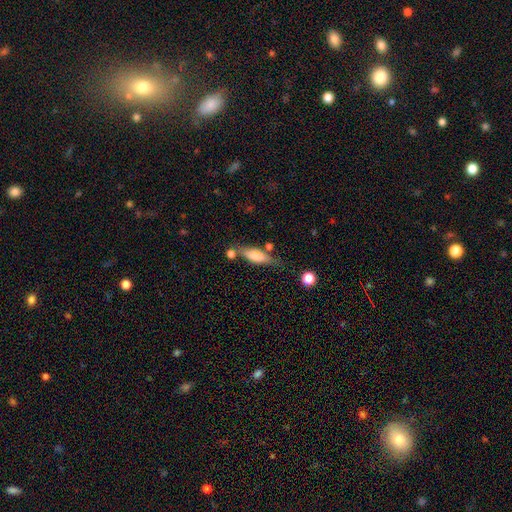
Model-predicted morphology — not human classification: smooth-or-featured: smooth: 64% | featured or disk: 29% | star or artifact: 7%
  how-rounded: cigar-shaped: 51% | in between: 46% | round: 3%
  merging: none: 61% | minor disturbance: 19% | merger: 14% | major disturbance: 6%